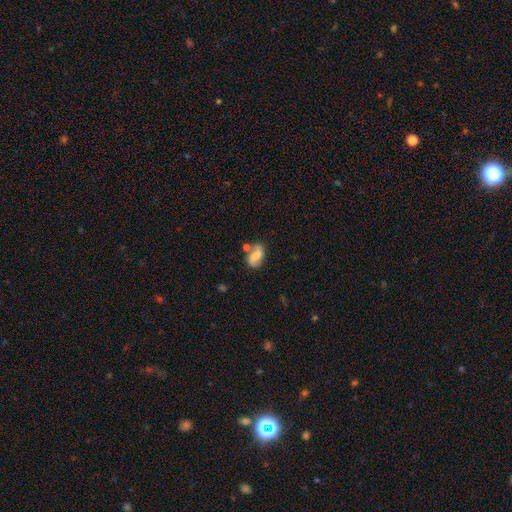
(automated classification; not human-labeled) Smooth or featured? featured or disk (46%)
Merging? none (56%)